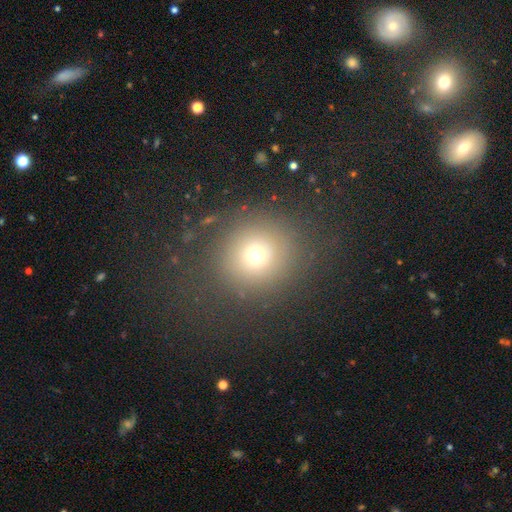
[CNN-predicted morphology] Q: Smooth or featured?
A: smooth (68%); runner-up: star or artifact (20%)
Q: How rounded?
A: round (90%); runner-up: in between (9%)
Q: Merging?
A: none (81%); runner-up: minor disturbance (9%)